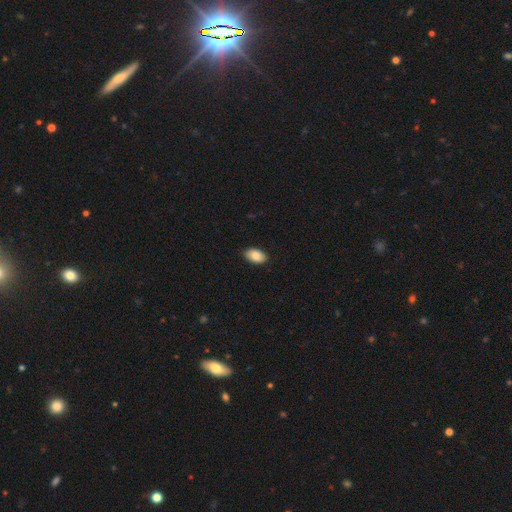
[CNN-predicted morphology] type=smooth (87%); roundness=in between (94%); merging=none (88%).